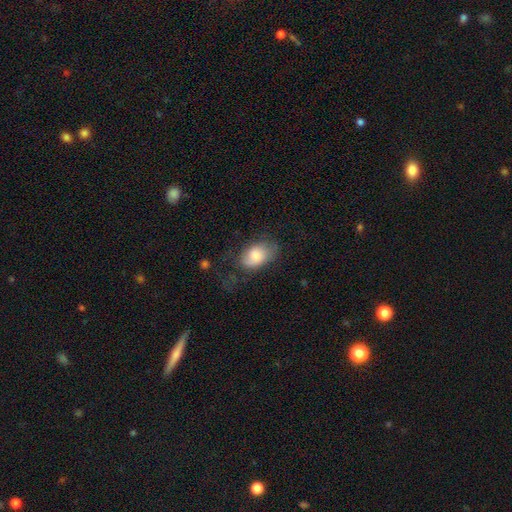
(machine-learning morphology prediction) Smooth or featured? Predicted: smooth (p=0.78). How rounded? Predicted: in between (p=0.88). Merging? Predicted: none (p=0.52).